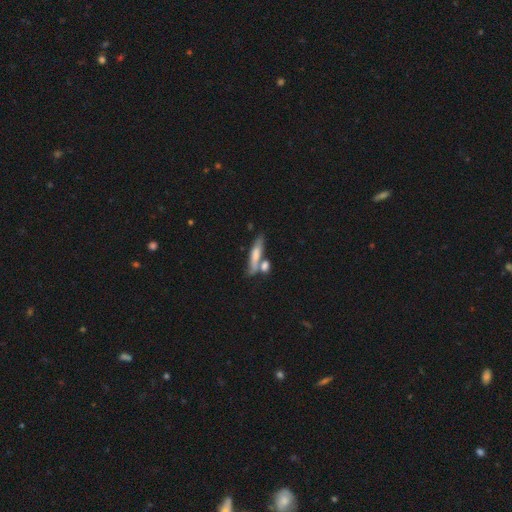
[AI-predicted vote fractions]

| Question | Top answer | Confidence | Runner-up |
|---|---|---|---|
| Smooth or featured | smooth | 62% | featured or disk (31%) |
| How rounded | cigar-shaped | 72% | in between (24%) |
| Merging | none | 50% | merger (30%) |